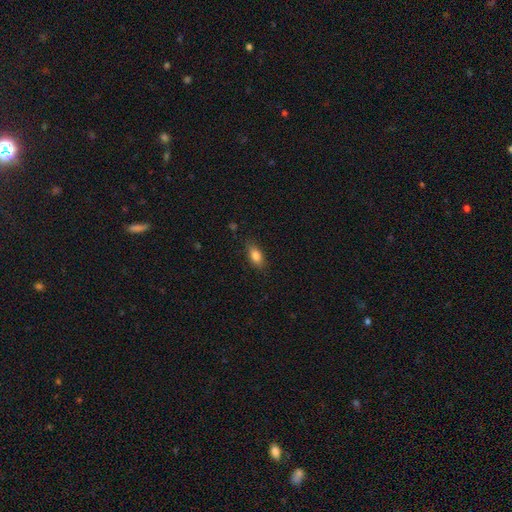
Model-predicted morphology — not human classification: A smooth galaxy with no disk features (83%) that is in between round and cigar-shaped (85%). Merging: none (84%).